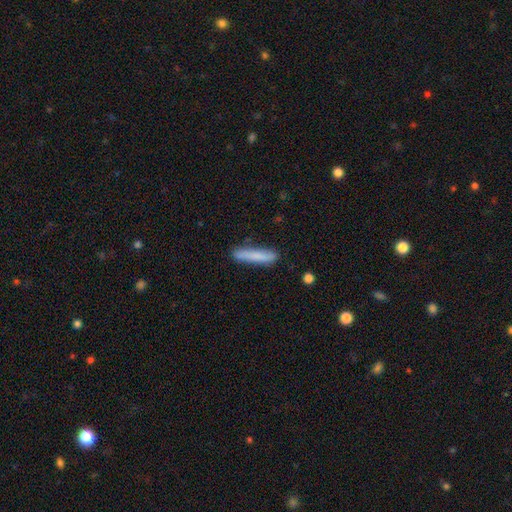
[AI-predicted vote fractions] smooth_or_featured: smooth (p=0.79) [alt: featured or disk p=0.14]
how_rounded: cigar-shaped (p=0.91) [alt: in between p=0.08]
merging: none (p=0.83) [alt: minor disturbance p=0.13]